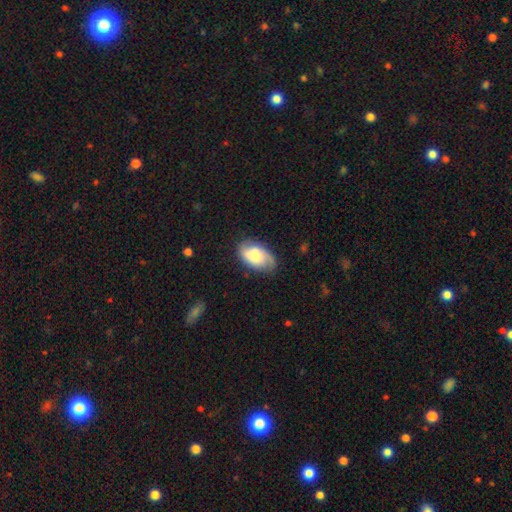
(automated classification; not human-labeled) Morphology: type=featured or disk (49%); merging=none (75%).